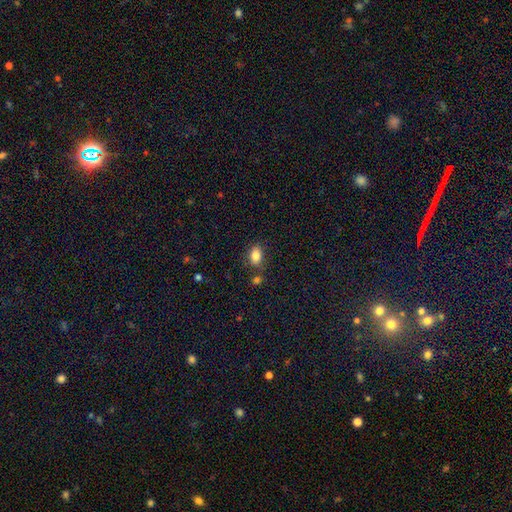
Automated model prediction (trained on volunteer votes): The model was most divided on "merging": none: 76%, minor disturbance: 13%, merger: 8%, major disturbance: 3%. More confident: how rounded — in between (84%); smooth or featured — smooth (83%).